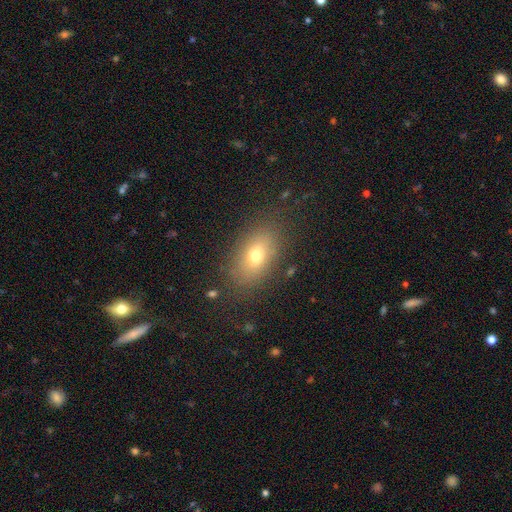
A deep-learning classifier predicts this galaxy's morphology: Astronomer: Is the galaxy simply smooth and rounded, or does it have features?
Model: smooth — 70%.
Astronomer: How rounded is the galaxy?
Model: in between — 85%.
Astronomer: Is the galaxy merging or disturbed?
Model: none — 82%.